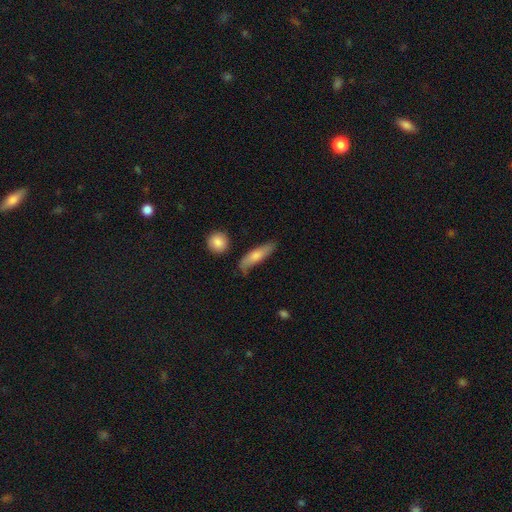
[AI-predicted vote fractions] Smooth or featured? Predicted: smooth (p=0.70). How rounded? Predicted: cigar-shaped (p=0.61). Merging? Predicted: none (p=0.67).